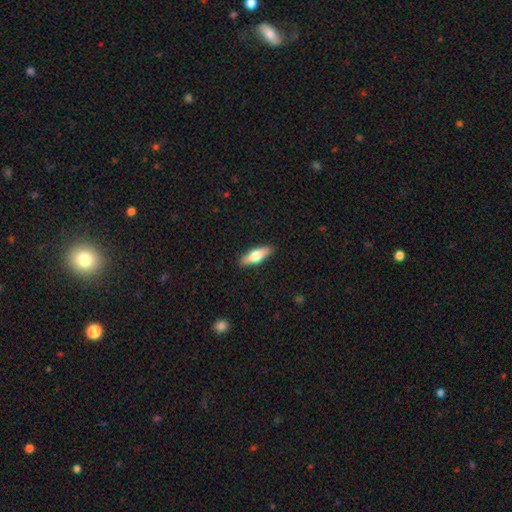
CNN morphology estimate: A smooth galaxy with no disk features (63%) that is in between round and cigar-shaped (58%).

Vote fractions:
- Smooth or featured? smooth: 63% / featured or disk: 32% / star or artifact: 6%
- How rounded? in between: 58% / cigar-shaped: 40% / round: 3%
- Merging? none: 89% / minor disturbance: 8% / major disturbance: 2% / merger: 1%